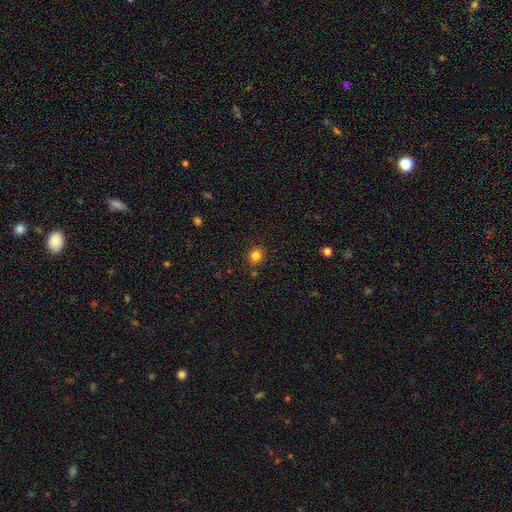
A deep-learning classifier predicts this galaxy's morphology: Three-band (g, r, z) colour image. It shows a smooth galaxy with no disk features (83%) that is round (78%). Merging: none (85%).